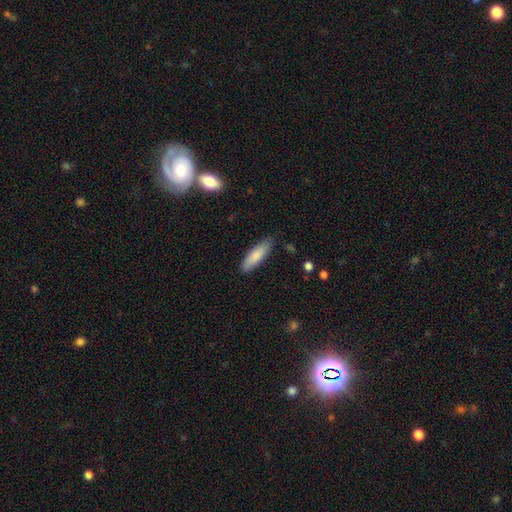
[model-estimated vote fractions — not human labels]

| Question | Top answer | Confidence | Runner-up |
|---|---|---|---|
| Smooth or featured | smooth | 83% | featured or disk (11%) |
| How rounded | cigar-shaped | 53% | in between (46%) |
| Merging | none | 84% | minor disturbance (13%) |